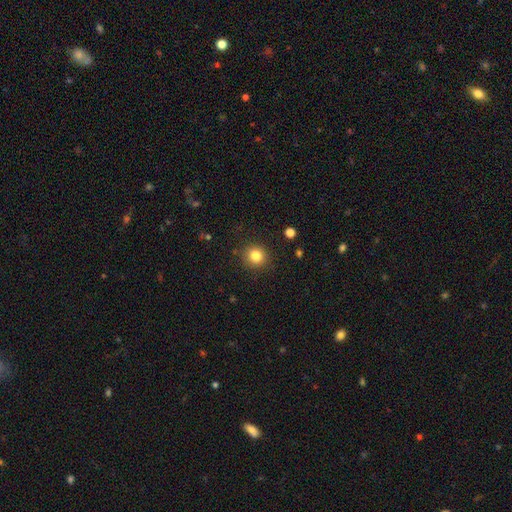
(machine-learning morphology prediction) smooth-or-featured: smooth: 83% | star or artifact: 11% | featured or disk: 5%
  how-rounded: round: 89% | in between: 10% | cigar-shaped: 1%
  merging: none: 89% | minor disturbance: 7% | major disturbance: 2% | merger: 1%